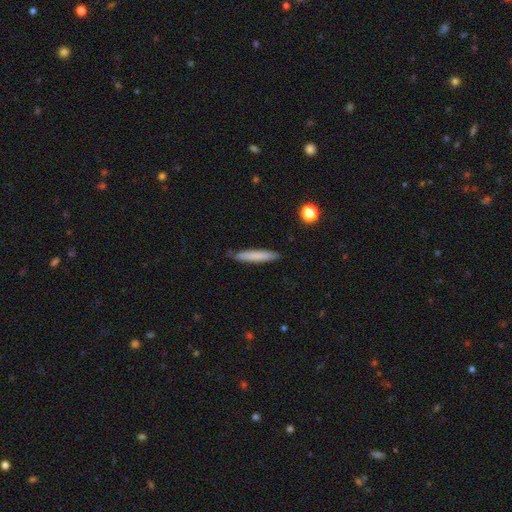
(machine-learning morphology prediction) This is likely a smooth galaxy (77%). How rounded: clearly cigar-shaped (93%). Merging: clearly none (85%).